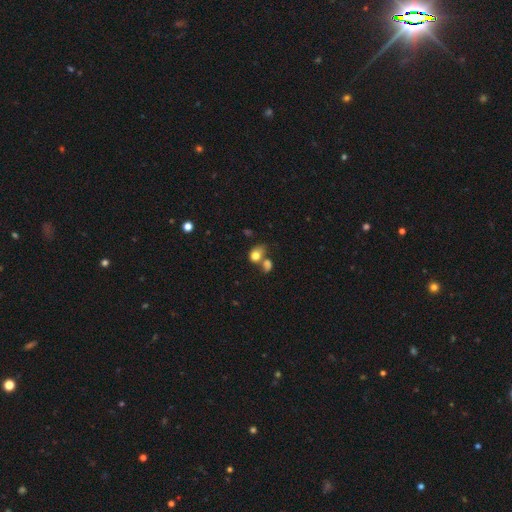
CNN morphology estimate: Smooth or featured? Predicted: smooth (p=0.78). How rounded? Predicted: in between (p=0.54). Merging? Predicted: merger (p=0.41).